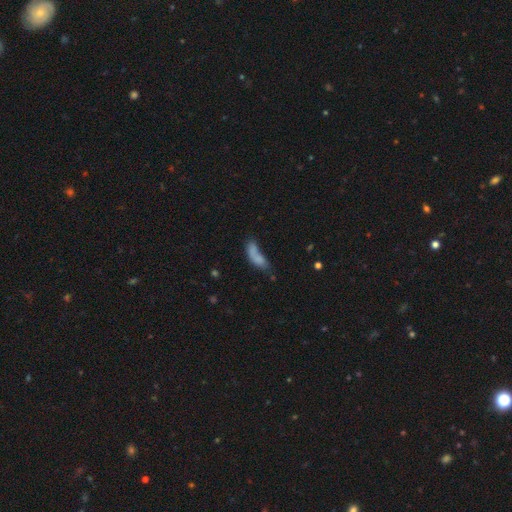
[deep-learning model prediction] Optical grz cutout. It shows a smooth galaxy with no disk features (72%) that is in between round and cigar-shaped (63%). Merging: merger (33%).